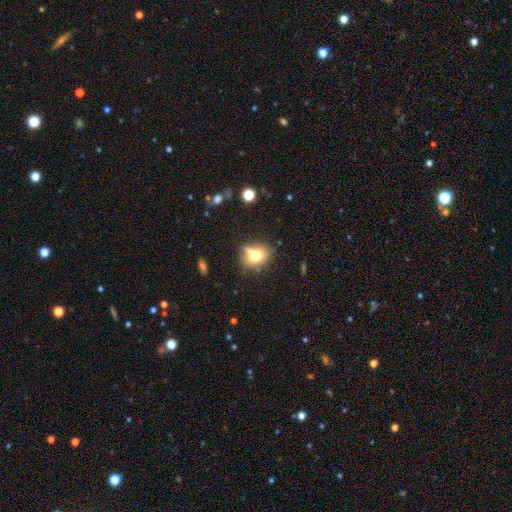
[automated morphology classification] Smooth or featured?
  - smooth: 67% *
  - featured or disk: 21%
  - star or artifact: 12%
How rounded?
  - round: 49% * (tied)
  - in between: 49% * (tied)
  - cigar-shaped: 2%
Merging?
  - none: 51% *
  - merger: 22%
  - minor disturbance: 18%
  - major disturbance: 8%